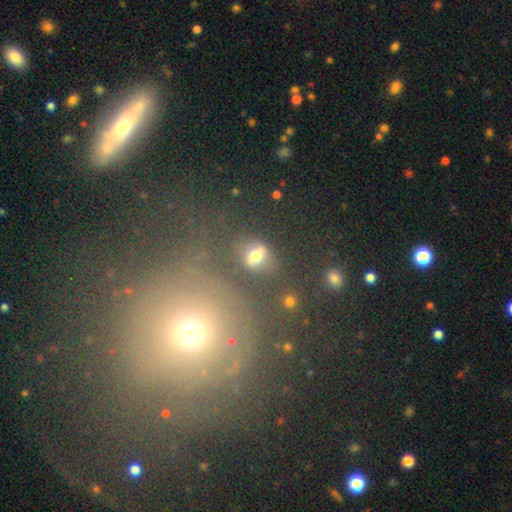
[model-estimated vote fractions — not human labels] Smooth or featured?
  - smooth: 55% *
  - star or artifact: 25%
  - featured or disk: 19%
How rounded?
  - in between: 50% *
  - round: 45%
  - cigar-shaped: 5%
Merging?
  - none: 67% *
  - minor disturbance: 15%
  - major disturbance: 10%
  - merger: 8%